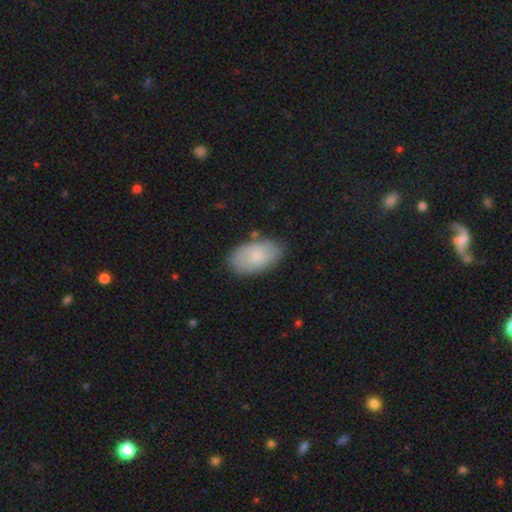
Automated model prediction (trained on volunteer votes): Smooth or featured? Predicted: smooth (p=0.76). How rounded? Predicted: in between (p=0.94). Merging? Predicted: none (p=0.78).